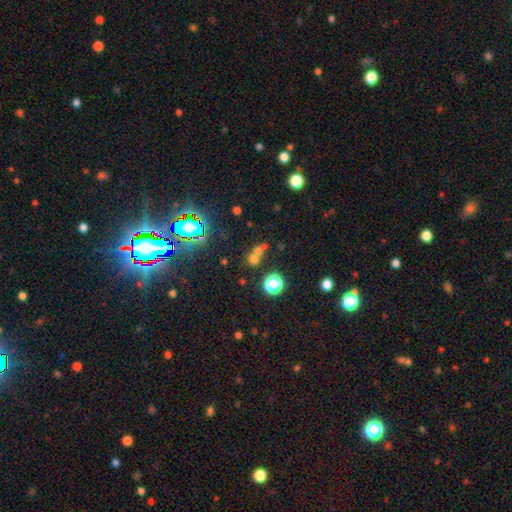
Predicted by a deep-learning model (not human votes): Overall: smooth (57%; star or artifact 30%). How rounded: round (81%). Merging: merger (47%; none 43%).